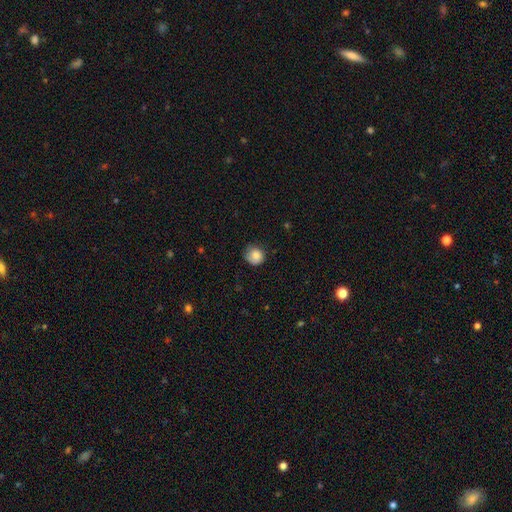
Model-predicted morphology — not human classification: This is likely a smooth galaxy (80%). How rounded: clearly round (83%). Merging: likely none (66%).